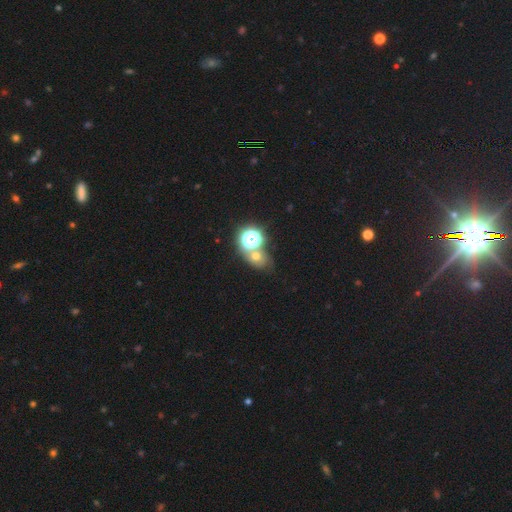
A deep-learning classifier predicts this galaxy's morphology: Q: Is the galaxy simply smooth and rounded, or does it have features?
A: smooth — 53%.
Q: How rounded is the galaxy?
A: round — 60%.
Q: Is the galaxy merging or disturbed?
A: none — 53%.